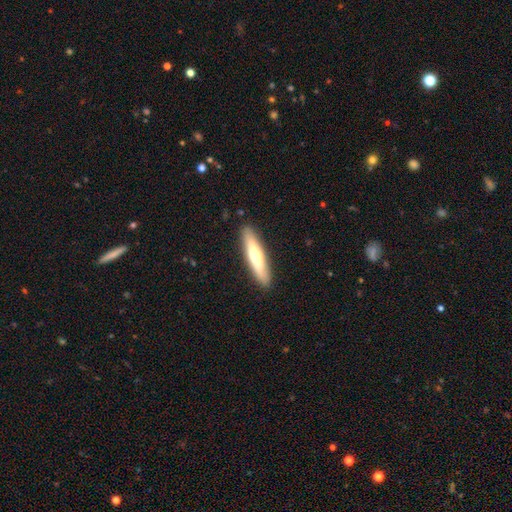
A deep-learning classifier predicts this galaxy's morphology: Smooth or featured? Predicted: smooth (p=0.55). How rounded? Predicted: cigar-shaped (p=0.82). Merging? Predicted: none (p=0.90).